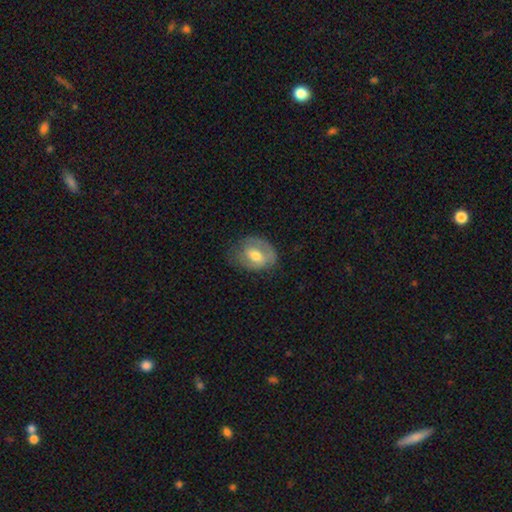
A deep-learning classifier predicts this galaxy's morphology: Smooth or featured?
  - smooth: 48% *
  - featured or disk: 46%
  - star or artifact: 7%
Merging?
  - none: 55% *
  - minor disturbance: 28%
  - major disturbance: 15%
  - merger: 1%